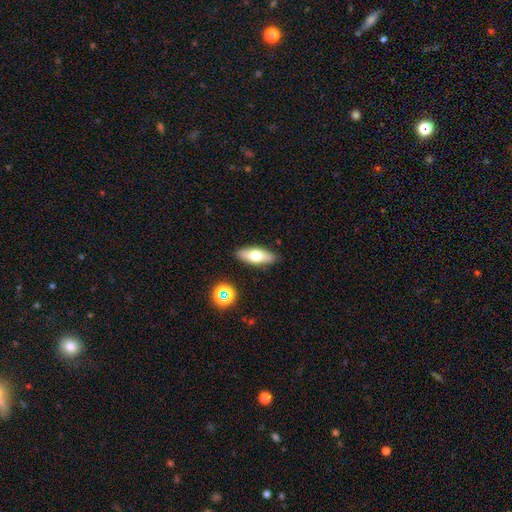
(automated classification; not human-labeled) smooth_or_featured: smooth (p=0.62) [alt: featured or disk p=0.30]
how_rounded: in between (p=0.68) [alt: cigar-shaped p=0.29]
merging: none (p=0.88) [alt: minor disturbance p=0.08]